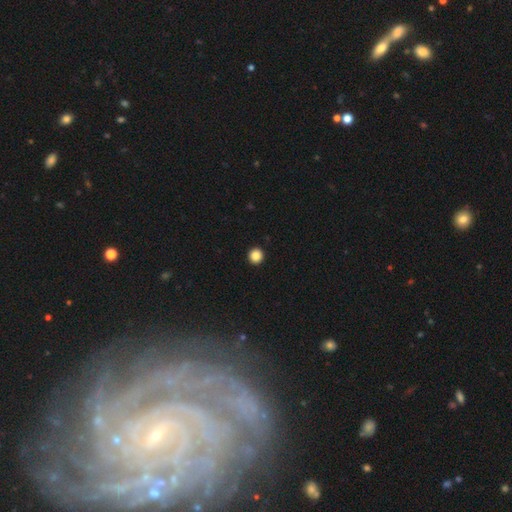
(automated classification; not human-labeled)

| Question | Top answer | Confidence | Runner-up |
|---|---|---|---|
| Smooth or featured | smooth | 87% | star or artifact (10%) |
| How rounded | round | 95% | in between (4%) |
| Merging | none | 94% | minor disturbance (3%) |